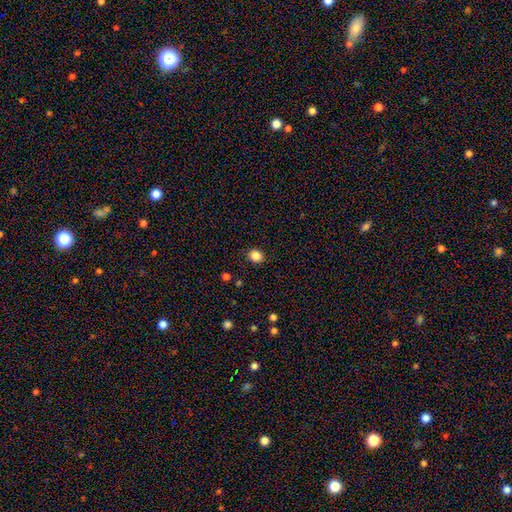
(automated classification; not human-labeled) This is clearly a smooth galaxy (85%). How rounded: likely round (78%). Merging: clearly none (89%).